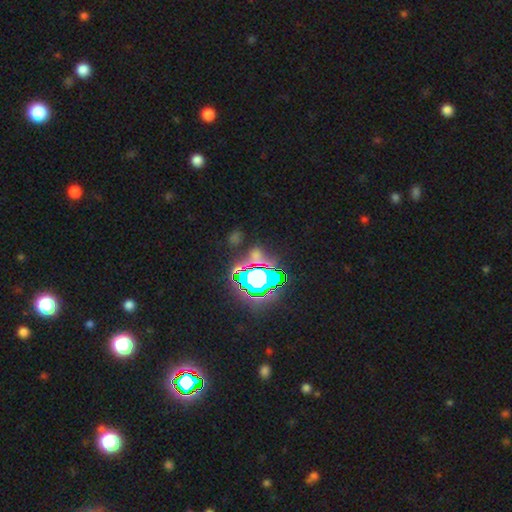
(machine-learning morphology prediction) Smooth or featured: star or artifact — 66% (smooth — 20%)